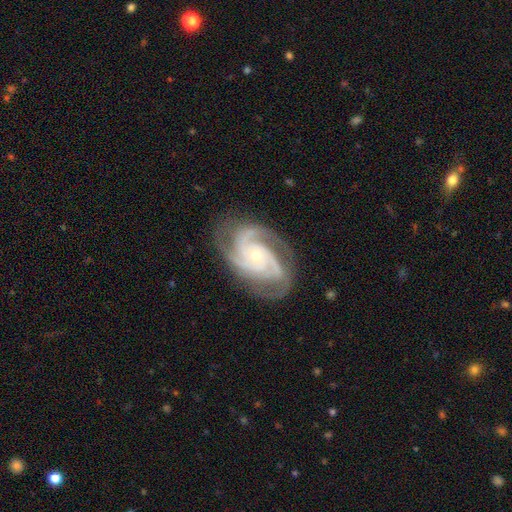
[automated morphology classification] This is clearly a featured or disk galaxy (93%). It is clearly not viewed edge-on (98%). Bar: likely no (73%). Spiral arm pattern: clearly yes (99%). Spiral arm count: likely 3 (65%). Spiral winding: possibly tight (58%). Central bulge: likely small (67%). Merging: likely none (77%).